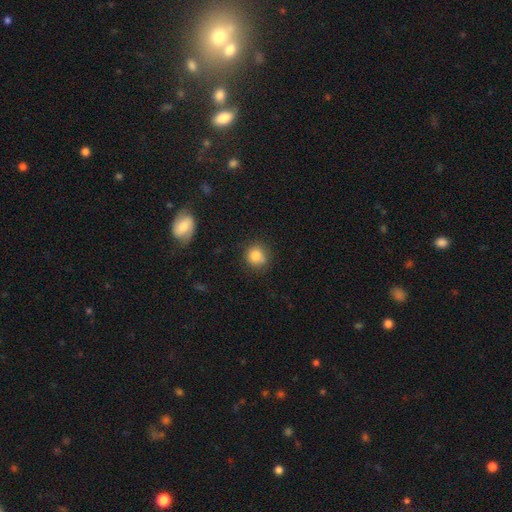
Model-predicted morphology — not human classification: This appears to be a smooth galaxy with no disk features (84%) that is round (86%). Merging: none (76%).